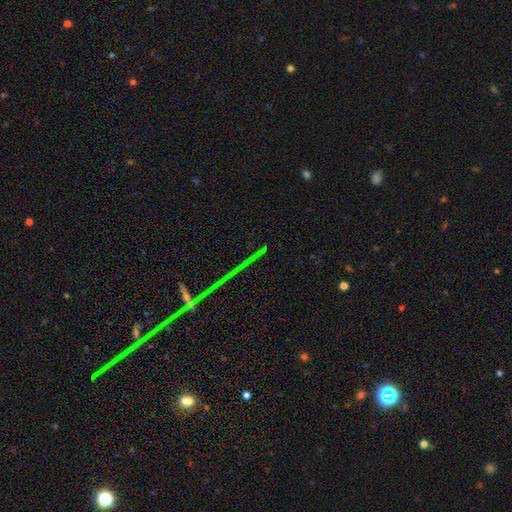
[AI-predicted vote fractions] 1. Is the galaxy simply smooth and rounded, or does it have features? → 75% star or artifact, 15% featured or disk, 10% smooth.